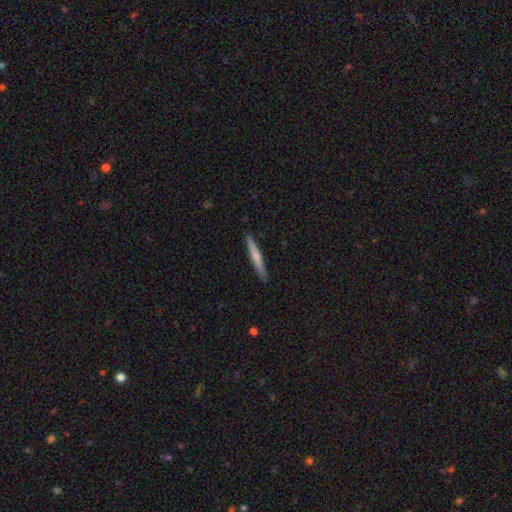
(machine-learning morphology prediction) A smooth galaxy with no disk features (64%) that is cigar-shaped (96%).

Vote fractions:
- Smooth or featured? smooth: 64% / featured or disk: 31% / star or artifact: 5%
- How rounded? cigar-shaped: 96% / in between: 3% / round: 1%
- Merging? none: 91% / minor disturbance: 6% / major disturbance: 1% / merger: 1%